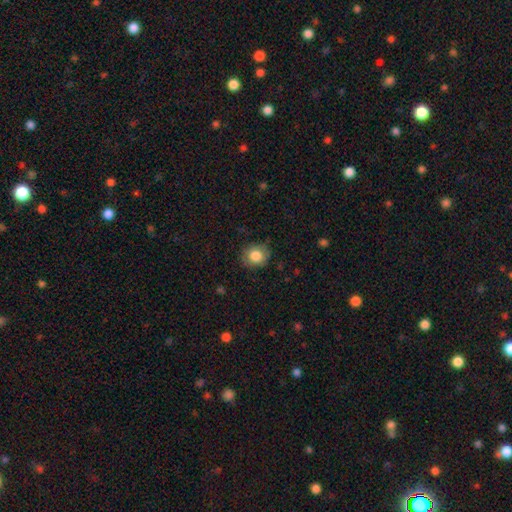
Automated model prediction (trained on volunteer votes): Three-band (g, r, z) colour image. It shows a smooth galaxy with no disk features (83%) that is round (75%). Merging: none (82%).